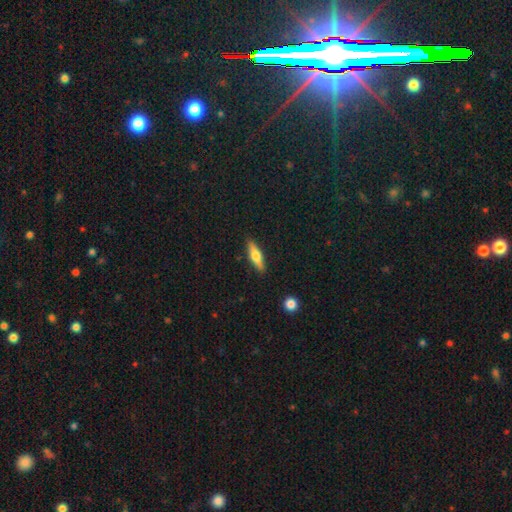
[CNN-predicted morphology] Smooth or featured? Predicted: smooth (p=0.52). How rounded? Predicted: cigar-shaped (p=0.67). Merging? Predicted: none (p=0.89).